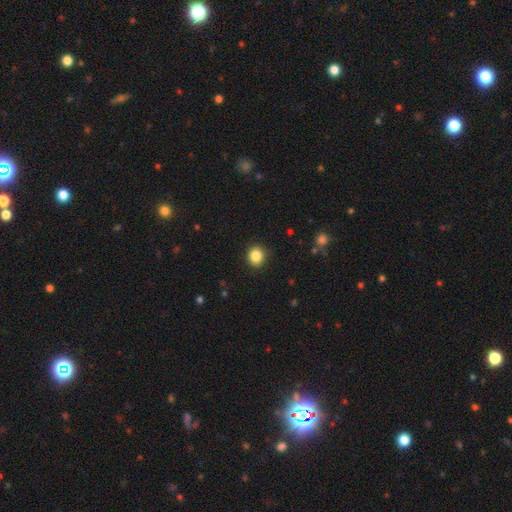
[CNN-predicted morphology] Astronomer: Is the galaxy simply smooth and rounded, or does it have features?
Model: smooth — 86%.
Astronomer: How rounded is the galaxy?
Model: round — 85%.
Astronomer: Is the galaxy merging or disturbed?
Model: none — 91%.